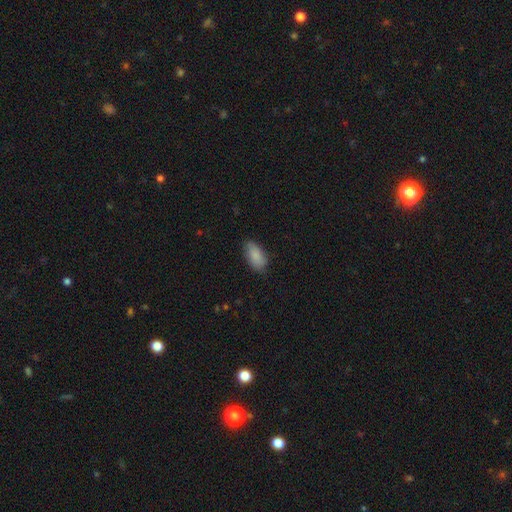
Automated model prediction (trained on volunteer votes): smooth_or_featured: smooth (p=0.84) [alt: featured or disk p=0.09]
how_rounded: in between (p=0.93) [alt: cigar-shaped p=0.04]
merging: none (p=0.76) [alt: minor disturbance p=0.19]